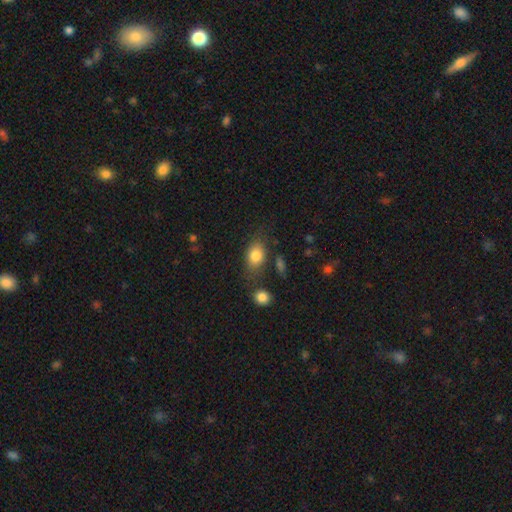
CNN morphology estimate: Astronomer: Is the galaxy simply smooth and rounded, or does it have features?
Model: smooth — 81%.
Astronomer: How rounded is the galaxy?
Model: in between — 77%.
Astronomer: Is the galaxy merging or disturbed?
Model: none — 67%.